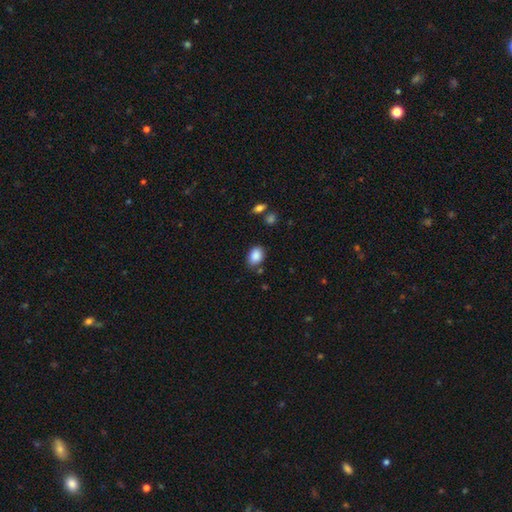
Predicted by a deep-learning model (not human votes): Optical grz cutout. It shows a smooth galaxy with no disk features (88%) that is in between round and cigar-shaped (72%). Merging: none (79%).